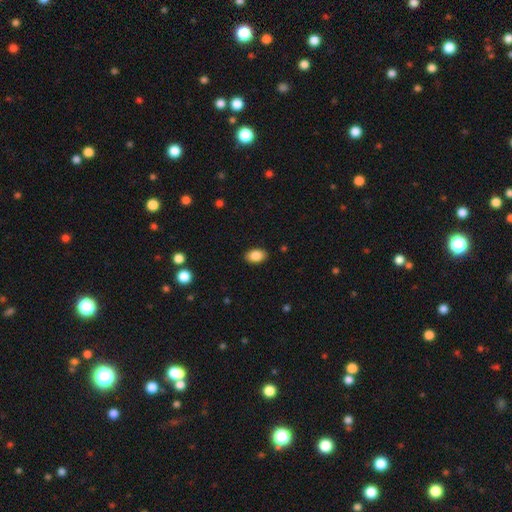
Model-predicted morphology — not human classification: type=smooth (87%); roundness=in between (89%); merging=none (89%).